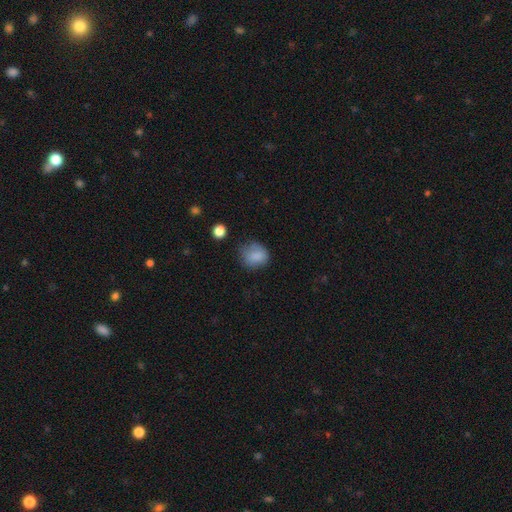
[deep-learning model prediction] Smooth or featured? Predicted: smooth (p=0.83). How rounded? Predicted: round (p=0.73). Merging? Predicted: none (p=0.59).